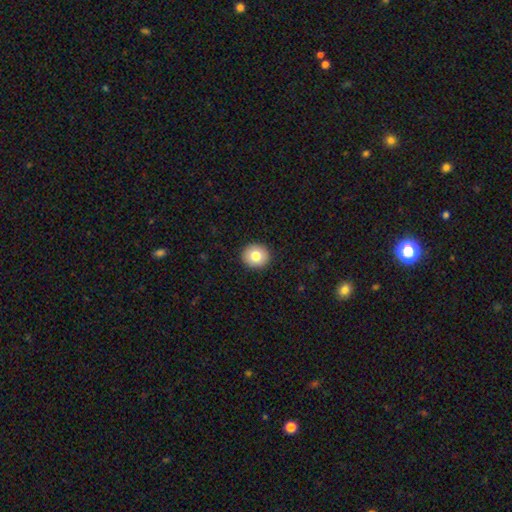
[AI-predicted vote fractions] smooth_or_featured: smooth (p=0.80) [alt: featured or disk p=0.11]
how_rounded: round (p=0.89) [alt: in between p=0.10]
merging: none (p=0.93) [alt: minor disturbance p=0.05]